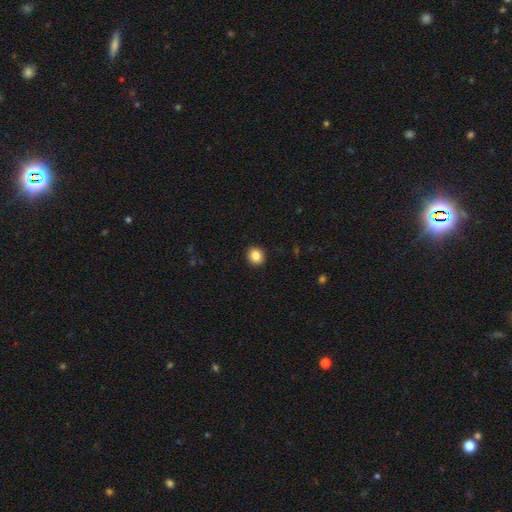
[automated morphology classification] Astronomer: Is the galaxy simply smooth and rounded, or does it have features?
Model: smooth — 86%.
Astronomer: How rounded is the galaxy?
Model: round — 76%.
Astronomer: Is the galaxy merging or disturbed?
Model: none — 92%.